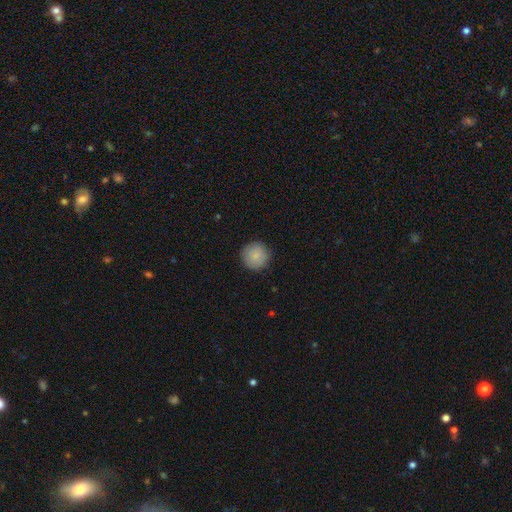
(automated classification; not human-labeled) Overall: smooth (85%). How rounded: round (96%). Merging: none (90%).